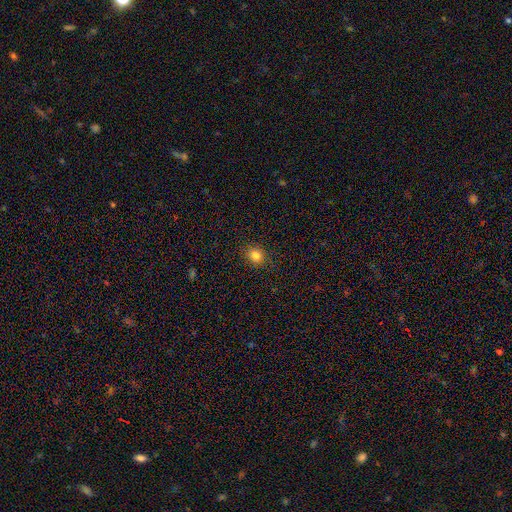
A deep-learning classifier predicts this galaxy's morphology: Overall: smooth (83%). How rounded: round (71%). Merging: none (88%).